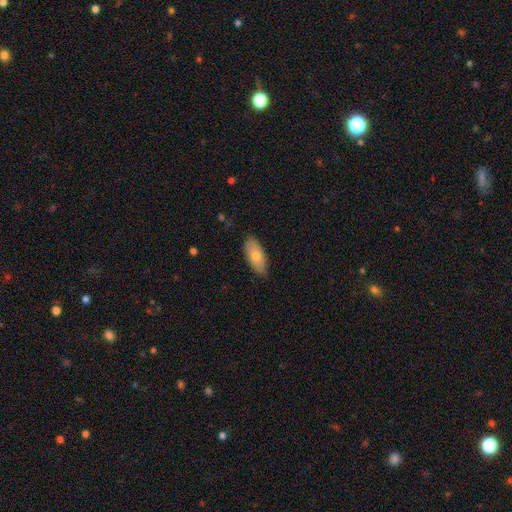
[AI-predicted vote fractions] Smooth or featured? smooth (71%)
How rounded? in between (87%)
Merging? none (86%)